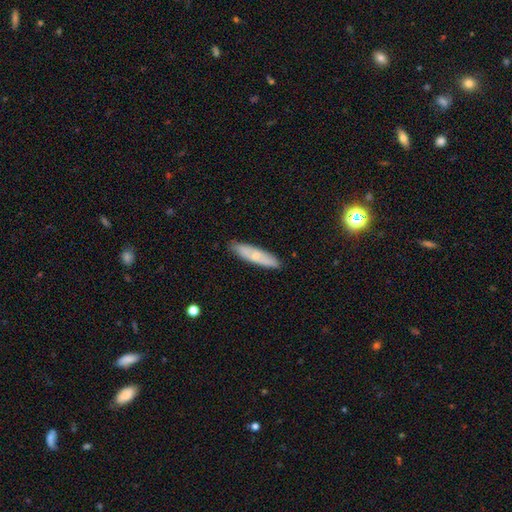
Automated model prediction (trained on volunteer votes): The model was most divided on "smooth or featured": smooth: 58%, featured or disk: 36%, star or artifact: 7%. More confident: merging — none (86%); how rounded — cigar-shaped (73%).